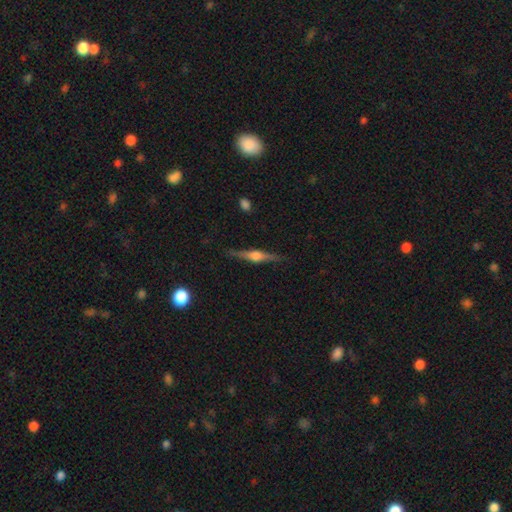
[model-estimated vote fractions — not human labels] This is likely a featured or disk galaxy (76%). It is clearly viewed edge-on (98%). Edge-on bulge: clearly rounded (88%). Merging: clearly none (87%).